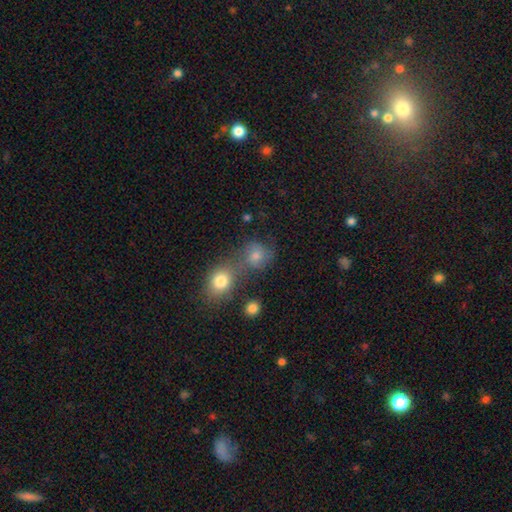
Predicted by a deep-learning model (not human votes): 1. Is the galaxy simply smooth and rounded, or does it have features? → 65% smooth, 19% featured or disk, 16% star or artifact.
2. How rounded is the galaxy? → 73% round, 25% in between, 1% cigar-shaped.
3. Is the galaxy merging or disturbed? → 43% none, 38% merger, 12% minor disturbance, 7% major disturbance.